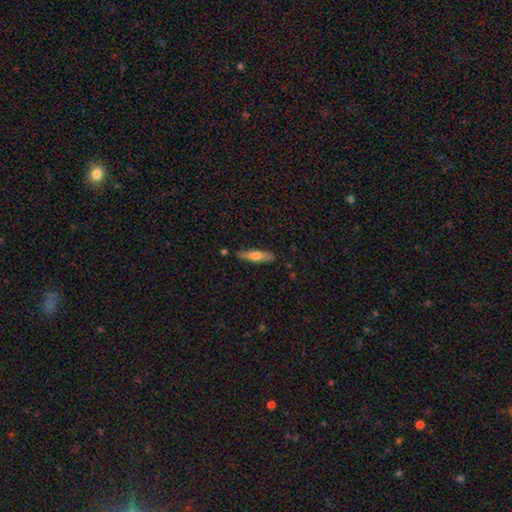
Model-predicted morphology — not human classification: smooth-or-featured: smooth: 59% | featured or disk: 36% | star or artifact: 6%
  how-rounded: cigar-shaped: 71% | in between: 27% | round: 2%
  merging: none: 84% | minor disturbance: 11% | merger: 2% | major disturbance: 2%